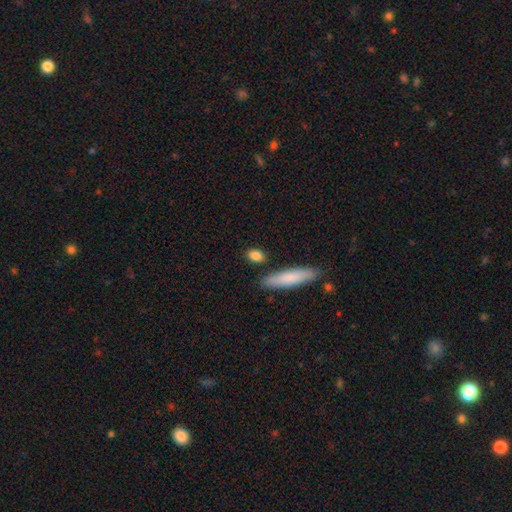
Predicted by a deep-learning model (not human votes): Smooth or featured: smooth — 86% (featured or disk — 7%)
How rounded: in between — 60% (round — 26%)
Merging: none — 83% (minor disturbance — 9%)